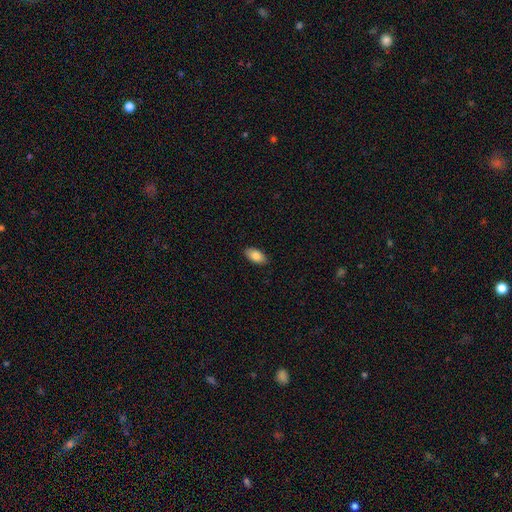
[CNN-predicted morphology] Smooth or featured: smooth — 85% (featured or disk — 8%)
How rounded: in between — 94% (round — 3%)
Merging: none — 89% (minor disturbance — 8%)